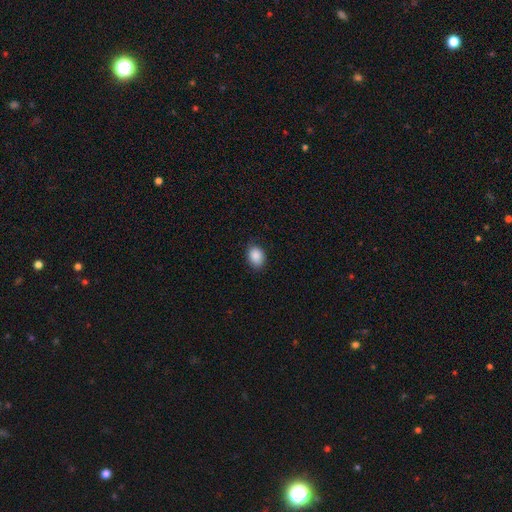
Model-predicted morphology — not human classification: This is clearly a smooth galaxy (88%). How rounded: likely in between (69%). Merging: clearly none (82%).